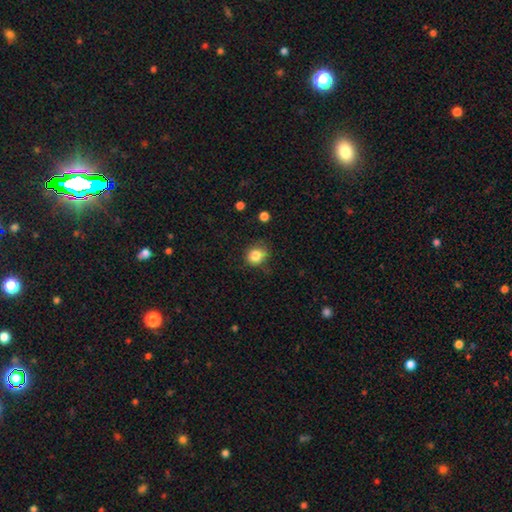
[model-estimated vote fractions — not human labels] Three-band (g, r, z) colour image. It shows a smooth galaxy with no disk features (83%) that is round (69%). Merging: none (70%).